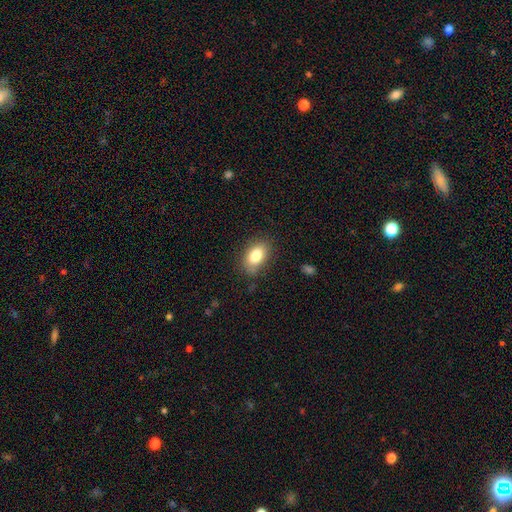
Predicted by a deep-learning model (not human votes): Smooth or featured?
  - smooth: 81% *
  - featured or disk: 11%
  - star or artifact: 8%
How rounded?
  - in between: 89% *
  - round: 9%
  - cigar-shaped: 2%
Merging?
  - none: 79% *
  - minor disturbance: 16%
  - major disturbance: 4%
  - merger: 1%